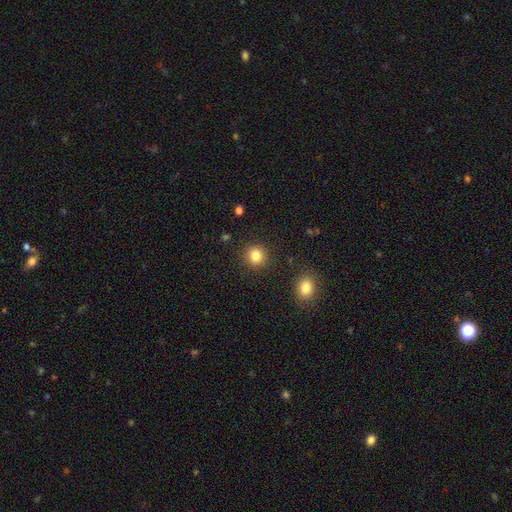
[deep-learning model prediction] A smooth galaxy with no disk features (83%) that is round (88%).

Vote fractions:
- Smooth or featured? smooth: 83% / star or artifact: 11% / featured or disk: 6%
- How rounded? round: 88% / in between: 11% / cigar-shaped: 1%
- Merging? none: 89% / minor disturbance: 6% / major disturbance: 3% / merger: 2%